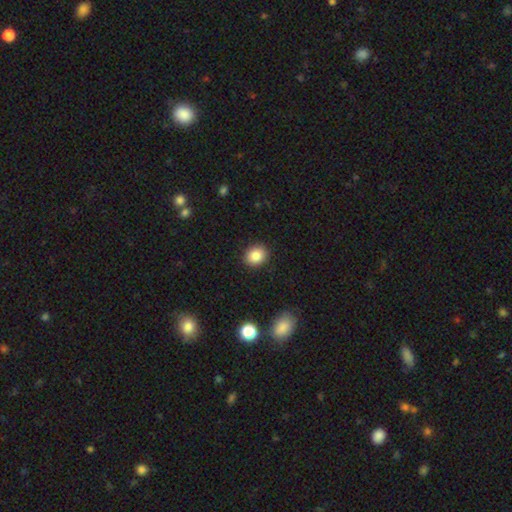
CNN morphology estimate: Smooth or featured?
  - smooth: 85% *
  - star or artifact: 9%
  - featured or disk: 6%
How rounded?
  - round: 62% *
  - in between: 37%
  - cigar-shaped: 1%
Merging?
  - none: 90% *
  - minor disturbance: 7%
  - major disturbance: 2%
  - merger: 1%